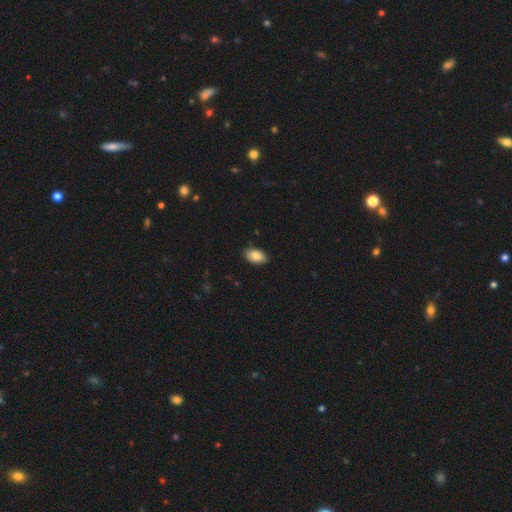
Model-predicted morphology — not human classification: Q: Smooth or featured?
A: smooth (84%); runner-up: featured or disk (9%)
Q: How rounded?
A: in between (93%); runner-up: round (6%)
Q: Merging?
A: none (85%); runner-up: minor disturbance (12%)